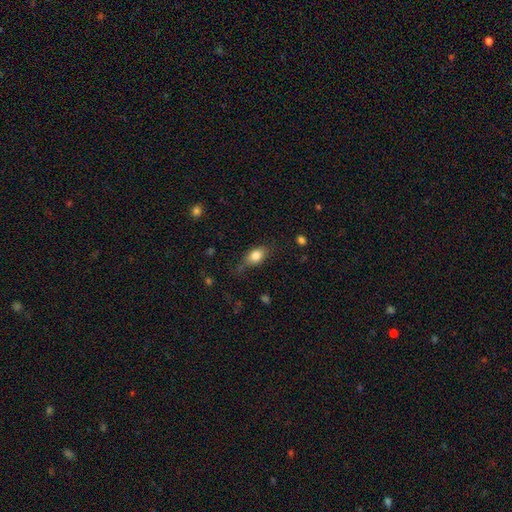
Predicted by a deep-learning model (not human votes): Morphology: type=smooth (80%); roundness=in between (81%); merging=none (62%).